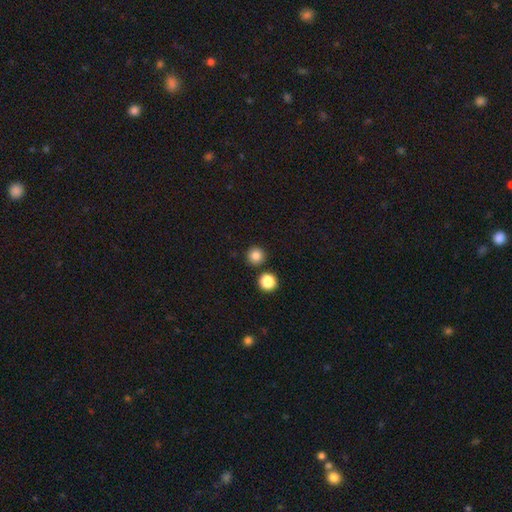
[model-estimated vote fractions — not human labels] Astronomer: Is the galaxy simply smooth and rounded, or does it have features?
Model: smooth — 83%.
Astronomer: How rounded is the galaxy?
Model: round — 95%.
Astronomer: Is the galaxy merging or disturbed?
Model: none — 88%.